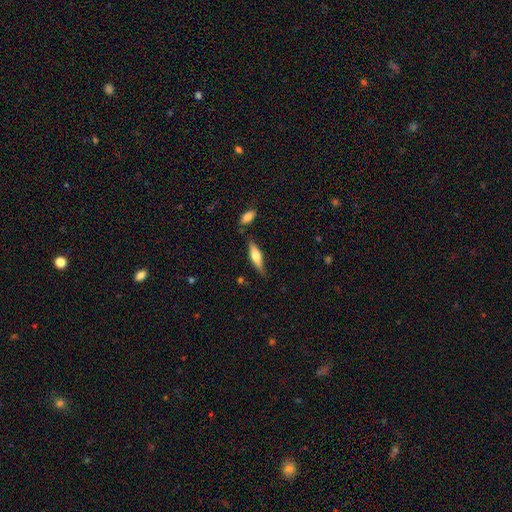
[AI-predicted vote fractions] Morphology: type=smooth (52%); roundness=cigar-shaped (63%); merging=none (76%).